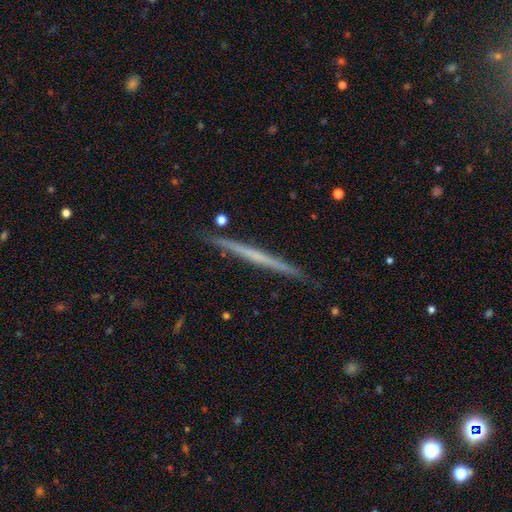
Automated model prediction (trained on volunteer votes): smooth_or_featured: featured or disk (p=0.59) [alt: smooth p=0.35]
disk_edge_on: yes (p=0.98) [alt: no p=0.02]
edge_on_bulge: none (p=0.87) [alt: rounded p=0.09]
merging: none (p=0.90) [alt: minor disturbance p=0.08]